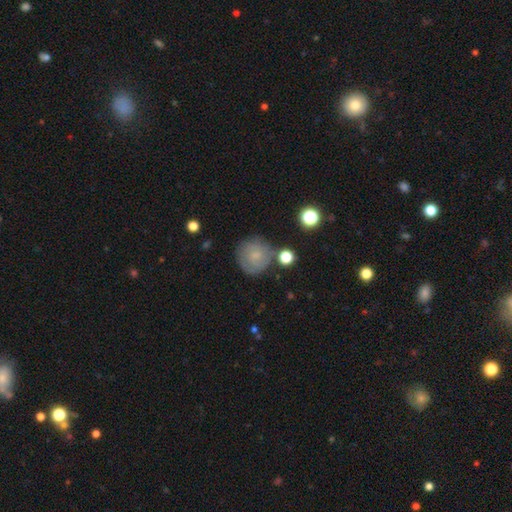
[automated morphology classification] This is likely a smooth galaxy (68%). How rounded: clearly round (91%). Merging: likely none (68%).